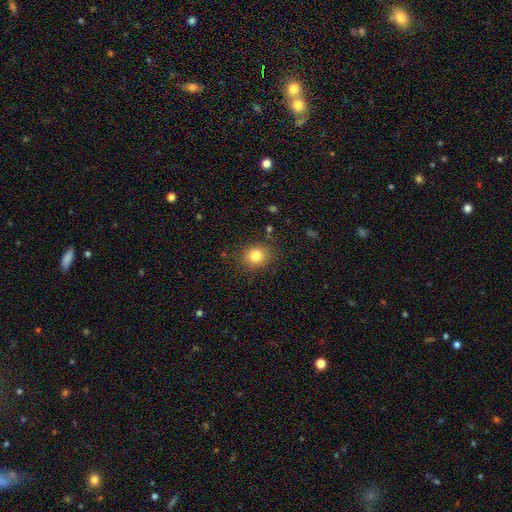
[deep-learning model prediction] The model was most divided on "how rounded": round: 78%, in between: 21%, cigar-shaped: 1%. More confident: merging — none (86%); smooth or featured — smooth (82%).